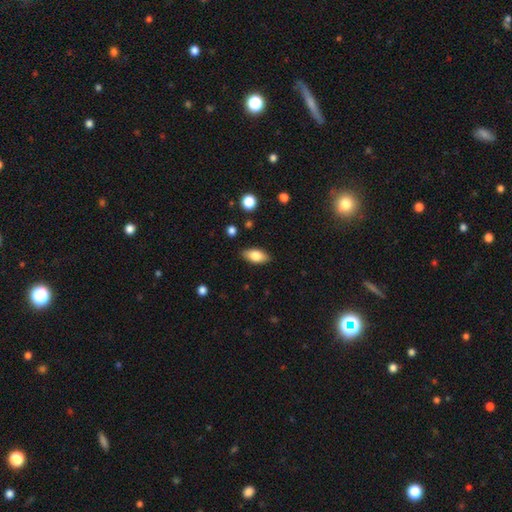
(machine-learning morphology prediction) This appears to be a smooth galaxy with no disk features (77%) that is in between round and cigar-shaped (89%). Merging: none (87%).